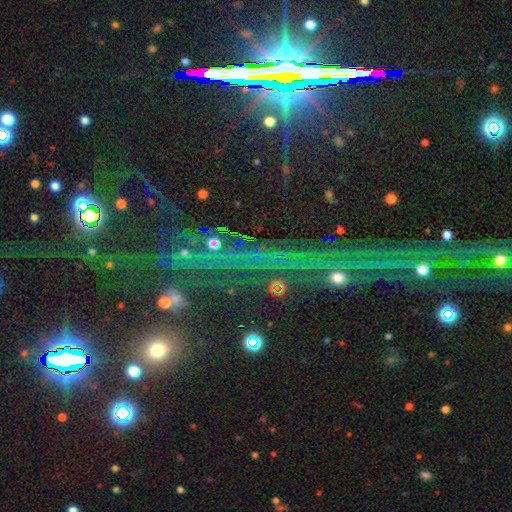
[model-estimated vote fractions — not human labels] smooth_or_featured: star or artifact (p=0.80) [alt: smooth p=0.11]